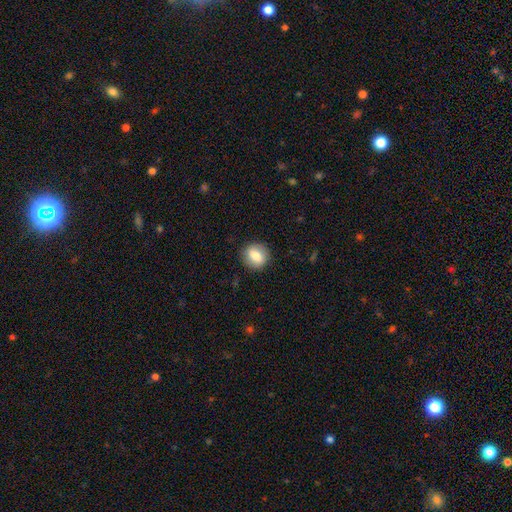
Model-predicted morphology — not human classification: smooth 77%, featured or disk 16%, star or artifact 8%. Down the decision tree: how rounded — round (72%); merging — none (87%).